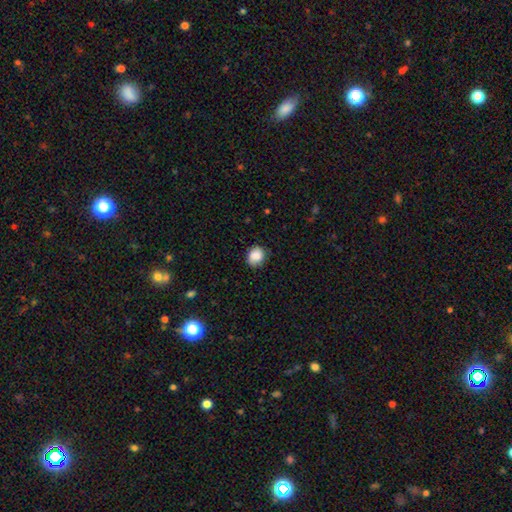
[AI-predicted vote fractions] smooth-or-featured: smooth: 85% | star or artifact: 8% | featured or disk: 6%
  how-rounded: round: 70% | in between: 29% | cigar-shaped: 1%
  merging: none: 78% | minor disturbance: 18% | major disturbance: 3% | merger: 1%